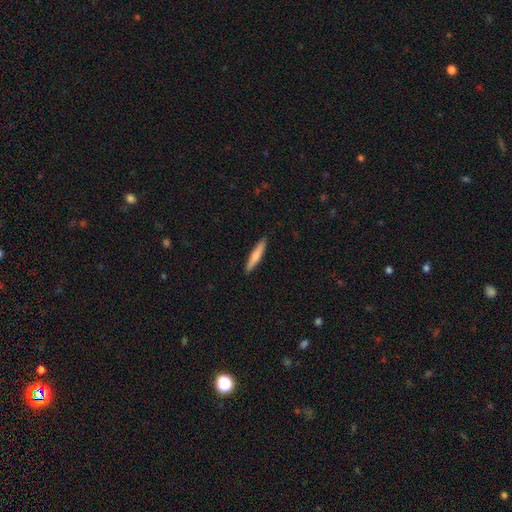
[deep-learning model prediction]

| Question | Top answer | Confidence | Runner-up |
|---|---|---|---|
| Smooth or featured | smooth | 72% | featured or disk (23%) |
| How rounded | cigar-shaped | 91% | in between (8%) |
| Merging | none | 91% | minor disturbance (7%) |